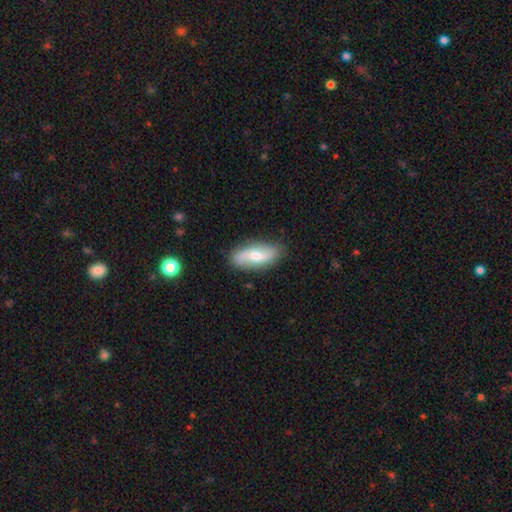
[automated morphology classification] Overall: featured or disk (48%; smooth 46%). Merging: none (81%).